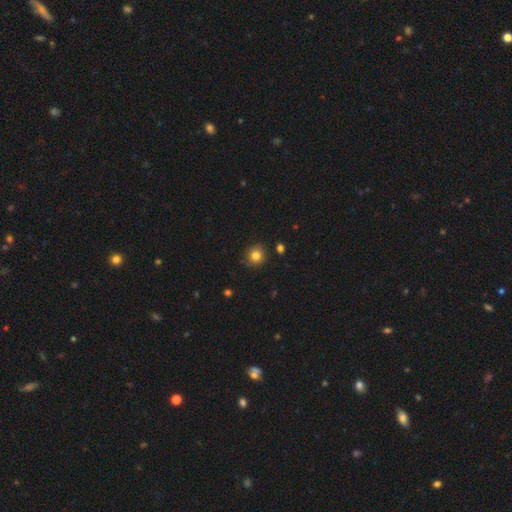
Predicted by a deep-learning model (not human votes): Smooth or featured? smooth (82%)
How rounded? round (90%)
Merging? none (87%)